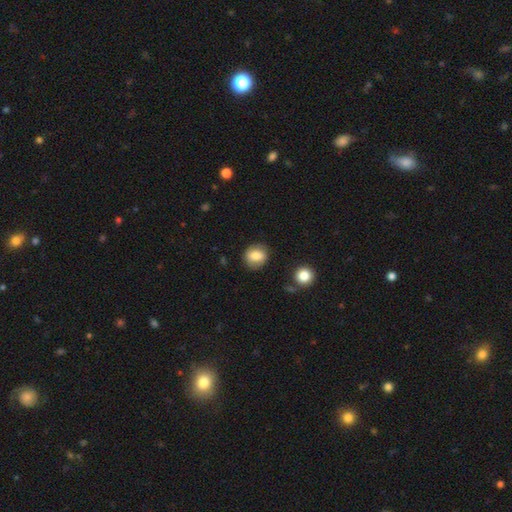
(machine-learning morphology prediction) A smooth galaxy with no disk features (77%) that is round (76%). Merging: none (79%).